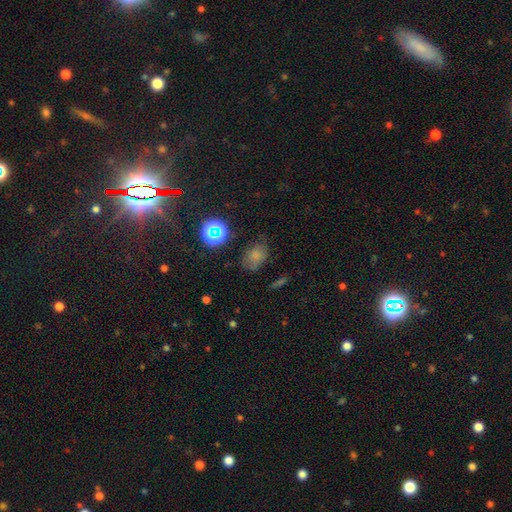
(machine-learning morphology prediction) smooth-or-featured: smooth: 69% | star or artifact: 20% | featured or disk: 11%
  how-rounded: in between: 68% | round: 30% | cigar-shaped: 1%
  merging: none: 63% | minor disturbance: 24% | major disturbance: 9% | merger: 3%